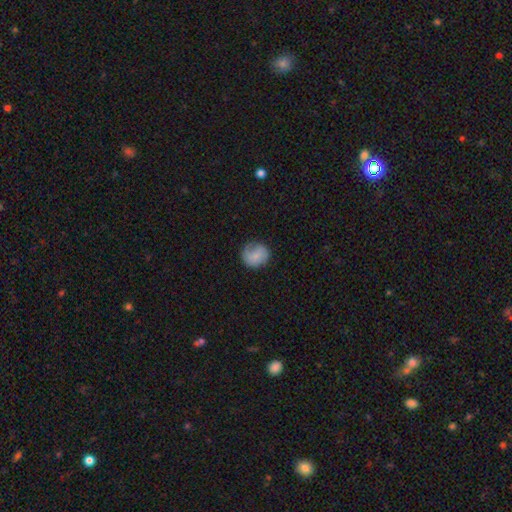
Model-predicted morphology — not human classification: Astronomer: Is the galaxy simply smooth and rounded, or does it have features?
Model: smooth — 71%.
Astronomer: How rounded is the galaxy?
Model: round — 82%.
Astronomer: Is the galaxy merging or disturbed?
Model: none — 64%.